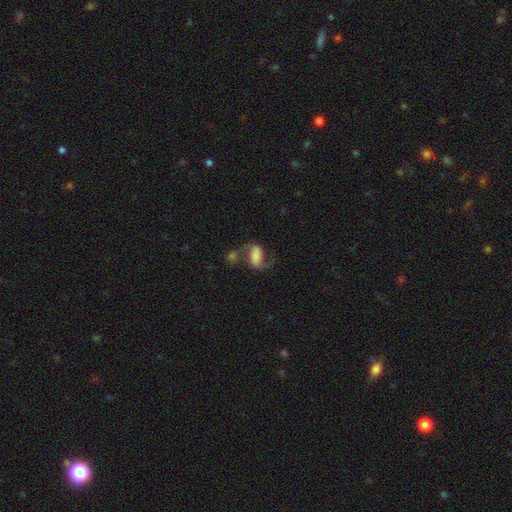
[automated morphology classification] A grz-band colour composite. It shows a featured or disk galaxy (56%) with a strong bar (34%), spiral arms (88%) and no central bulge (34%). Merging: none (40%).